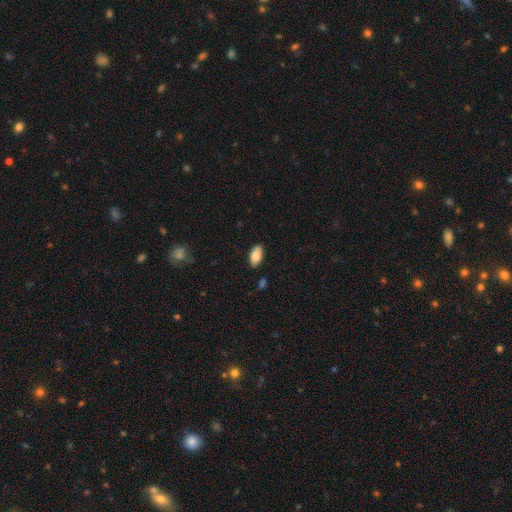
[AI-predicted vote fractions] A smooth galaxy with no disk features (84%) that is in between round and cigar-shaped (93%).

Vote fractions:
- Smooth or featured? smooth: 84% / featured or disk: 9% / star or artifact: 7%
- How rounded? in between: 93% / cigar-shaped: 4% / round: 3%
- Merging? none: 85% / minor disturbance: 12% / major disturbance: 2% / merger: 1%